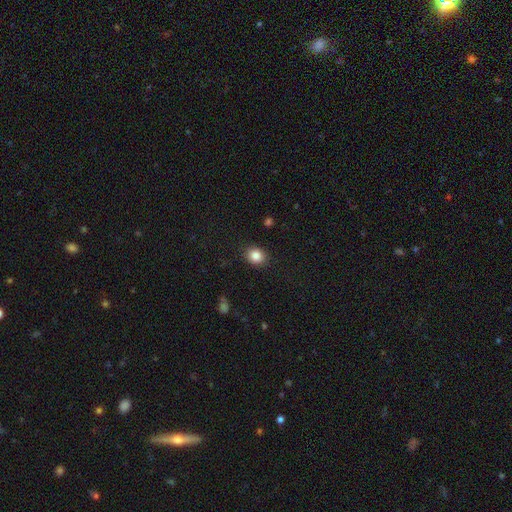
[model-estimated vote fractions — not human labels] Smooth or featured: smooth — 85% (star or artifact — 10%)
How rounded: round — 66% (in between — 33%)
Merging: none — 89% (minor disturbance — 8%)